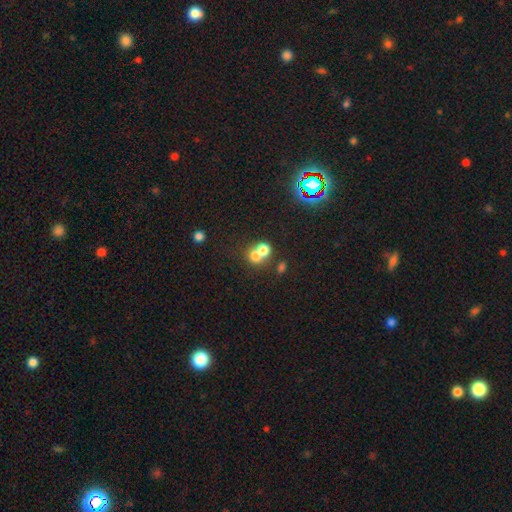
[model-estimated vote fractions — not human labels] Morphology: type=smooth (69%); roundness=round (74%); merging=merger (61%).